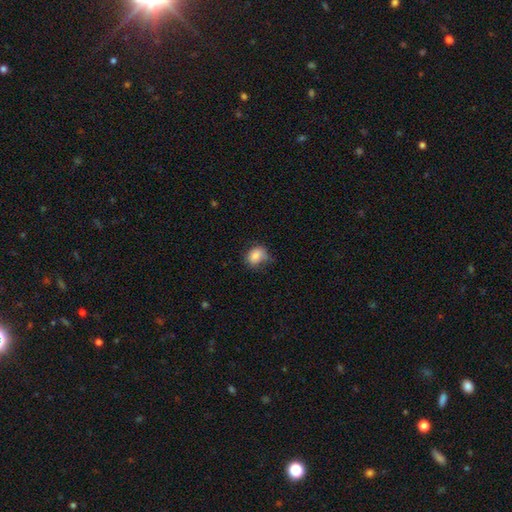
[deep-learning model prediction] Overall: smooth (85%). How rounded: in between (54%; round 45%). Merging: none (63%; minor disturbance 28%).